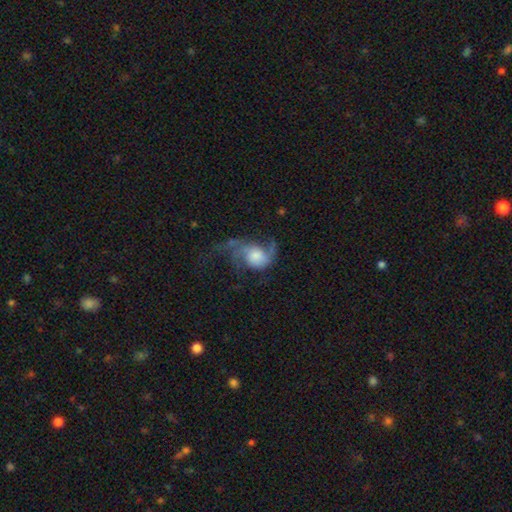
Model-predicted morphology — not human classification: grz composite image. It shows a featured or disk galaxy (71%) with no bar (72%), 2 (54%) loose (59%) spiral arms (89%) and a moderate central bulge (36%). Merging: major disturbance (43%).